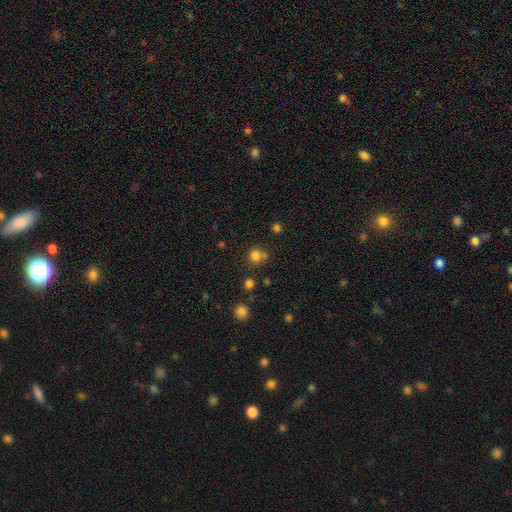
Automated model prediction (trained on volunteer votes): The model was most divided on "merging": none: 59%, merger: 21%, minor disturbance: 14%, major disturbance: 6%. More confident: how rounded — round (80%); smooth or featured — smooth (77%).